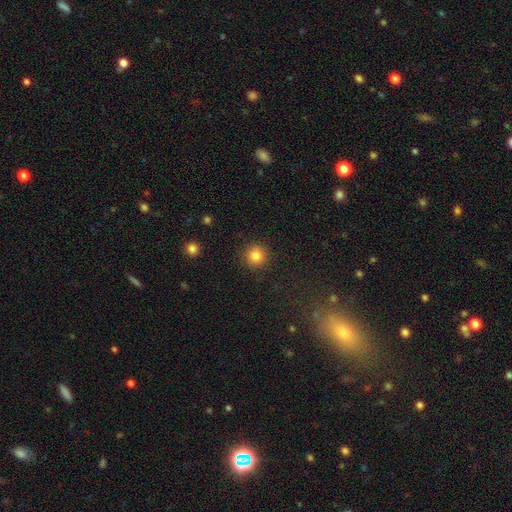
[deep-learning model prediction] A smooth galaxy with no disk features (83%) that is round (94%). Merging: none (91%).